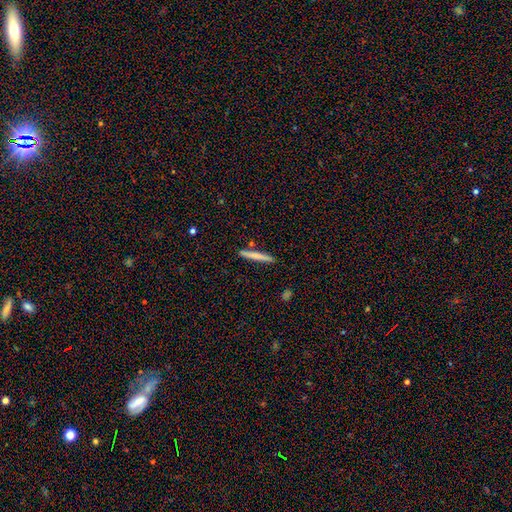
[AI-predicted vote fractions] Smooth or featured? Predicted: smooth (p=0.72). How rounded? Predicted: cigar-shaped (p=0.96). Merging? Predicted: none (p=0.89).